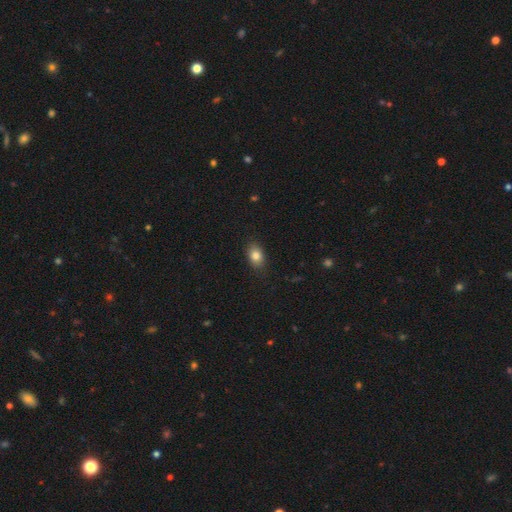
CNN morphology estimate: This appears to be a smooth galaxy with no disk features (83%) that is in between round and cigar-shaped (79%). Merging: none (86%).